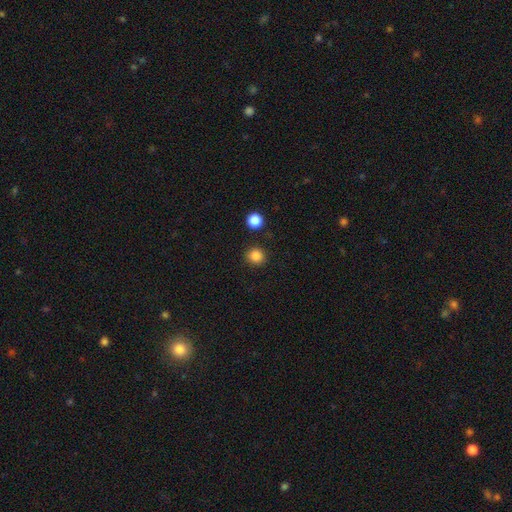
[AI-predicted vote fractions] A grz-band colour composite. It shows a smooth galaxy with no disk features (85%) that is round (90%). Merging: none (89%).